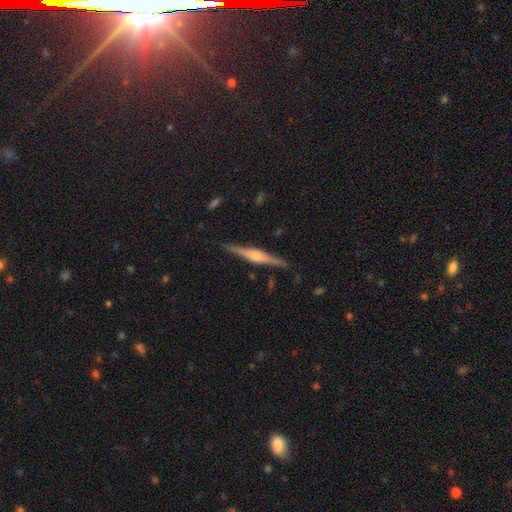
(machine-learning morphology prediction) smooth_or_featured: featured or disk (p=0.80) [alt: smooth p=0.15]
disk_edge_on: yes (p=0.98) [alt: no p=0.02]
edge_on_bulge: rounded (p=0.77) [alt: boxy p=0.19]
merging: none (p=0.88) [alt: minor disturbance p=0.09]